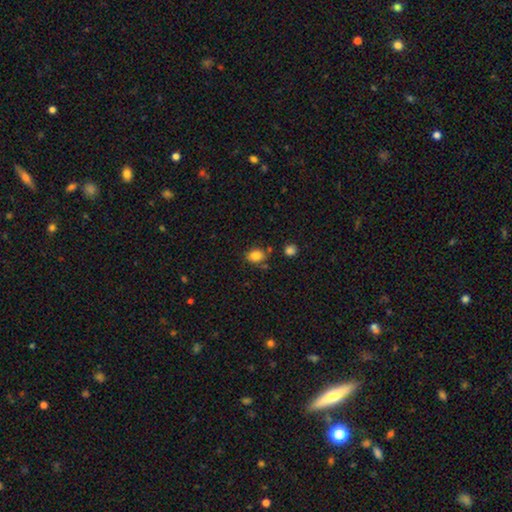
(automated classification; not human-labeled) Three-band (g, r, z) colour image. It shows a smooth galaxy with no disk features (84%) that is in between round and cigar-shaped (58%). Merging: none (74%).